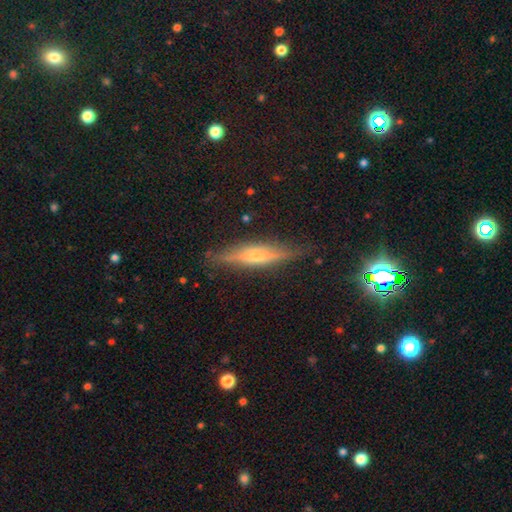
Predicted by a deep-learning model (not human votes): Smooth or featured? featured or disk (65%)
Edge-on disk? yes (95%)
Edge-on bulge? rounded (63%)
Merging? none (85%)